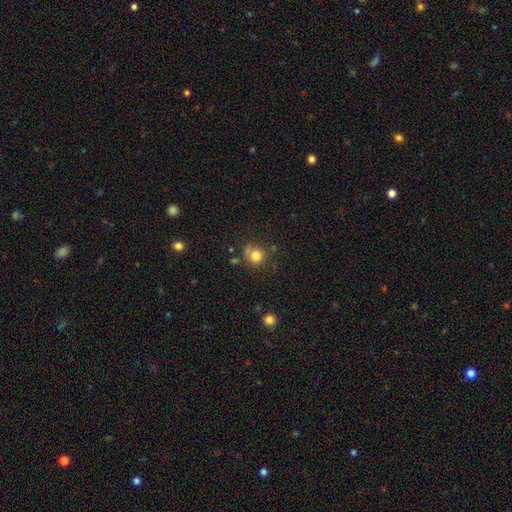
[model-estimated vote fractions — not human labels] Morphology: type=smooth (79%); roundness=round (89%); merging=none (66%).